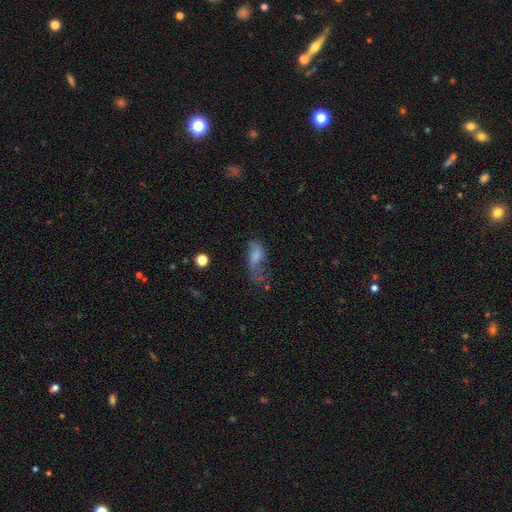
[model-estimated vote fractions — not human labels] Smooth or featured?
  - smooth: 54% *
  - featured or disk: 35%
  - star or artifact: 11%
How rounded?
  - in between: 82% *
  - cigar-shaped: 11%
  - round: 6%
Merging?
  - major disturbance: 40% *
  - minor disturbance: 27%
  - none: 27%
  - merger: 6%